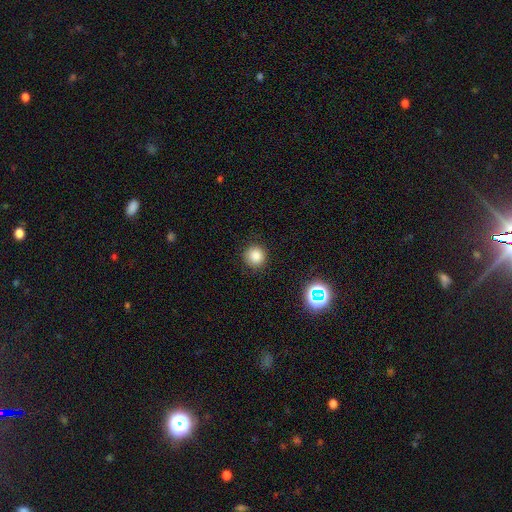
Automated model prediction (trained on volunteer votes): This is clearly a smooth galaxy (82%). How rounded: clearly round (94%). Merging: clearly none (89%).